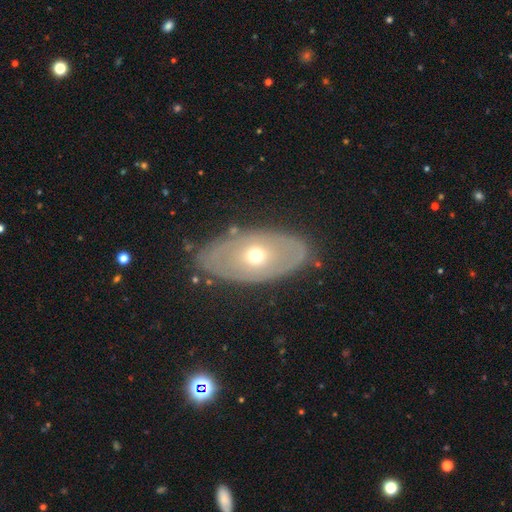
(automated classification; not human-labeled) Smooth or featured: featured or disk — 62% (smooth — 32%)
Edge-on disk: no — 87% (yes — 13%)
Bar: no — 86% (weak — 10%)
Spiral arms: no — 69% (yes — 31%)
Bulge size: moderate — 56% (small — 39%)
Merging: none — 80% (minor disturbance — 13%)